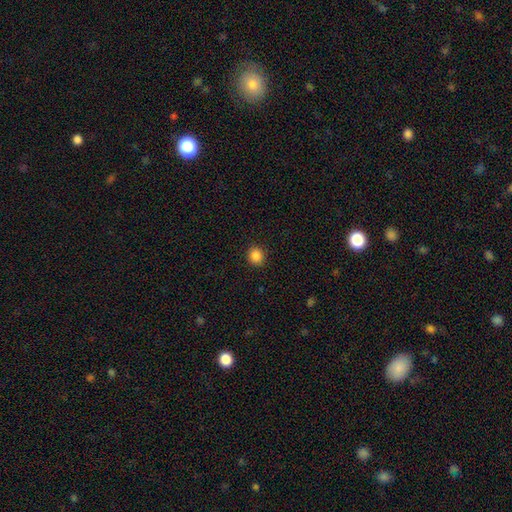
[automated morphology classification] A smooth galaxy with no disk features (87%) that is round (85%).

Vote fractions:
- Smooth or featured? smooth: 87% / star or artifact: 10% / featured or disk: 3%
- How rounded? round: 85% / in between: 14% / cigar-shaped: 1%
- Merging? none: 91% / minor disturbance: 6% / major disturbance: 2% / merger: 1%